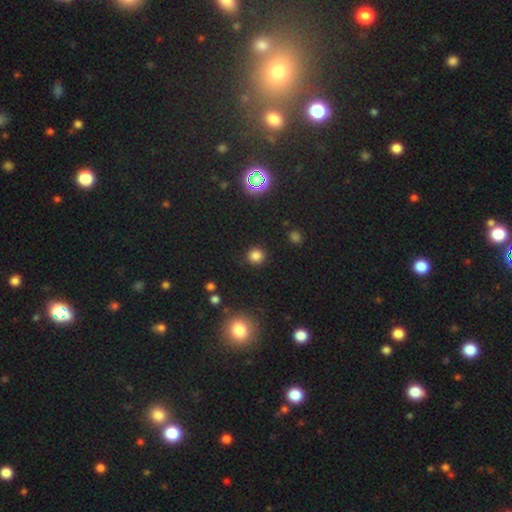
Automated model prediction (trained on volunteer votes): smooth_or_featured: smooth (p=0.79) [alt: star or artifact p=0.16]
how_rounded: round (p=0.92) [alt: in between p=0.07]
merging: none (p=0.90) [alt: minor disturbance p=0.06]